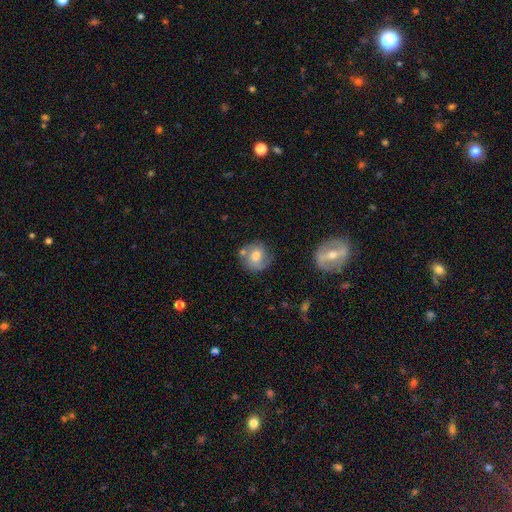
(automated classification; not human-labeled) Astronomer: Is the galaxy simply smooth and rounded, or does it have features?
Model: smooth — 58% (runner-up: featured or disk, 34%).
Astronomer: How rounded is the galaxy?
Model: round — 84%.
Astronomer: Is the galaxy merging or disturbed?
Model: none — 66%.